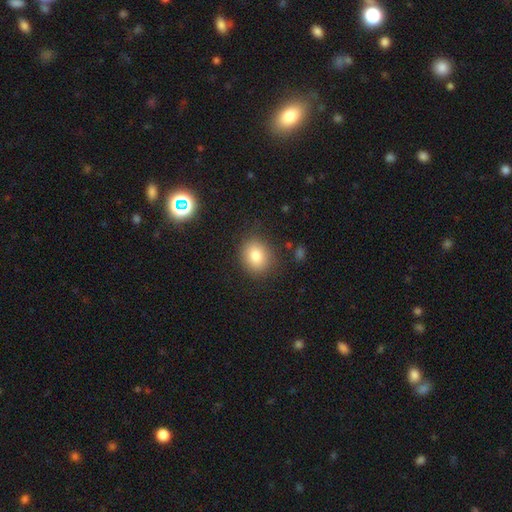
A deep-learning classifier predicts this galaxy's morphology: smooth 80%, star or artifact 11%, featured or disk 9%. Down the decision tree: how rounded — round (63%); merging — none (85%).